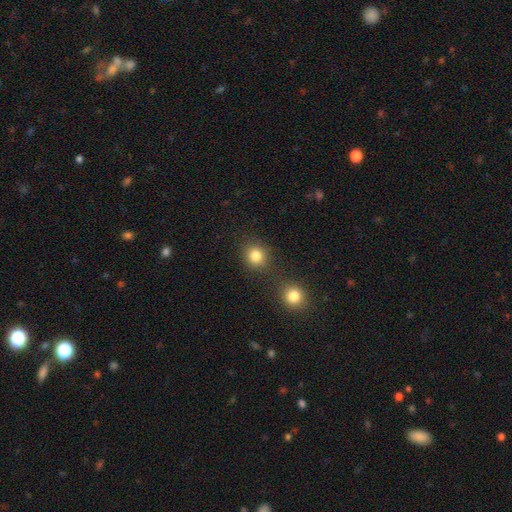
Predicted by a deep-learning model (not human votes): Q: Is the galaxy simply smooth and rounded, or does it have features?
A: smooth — 83%.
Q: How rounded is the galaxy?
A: round — 85%.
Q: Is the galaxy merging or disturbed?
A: none — 75%.